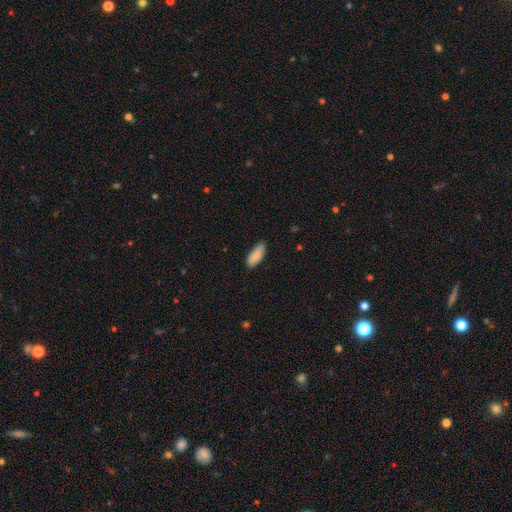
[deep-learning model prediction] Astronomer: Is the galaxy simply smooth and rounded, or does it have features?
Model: smooth — 88%.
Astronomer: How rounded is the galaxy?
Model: in between — 79%.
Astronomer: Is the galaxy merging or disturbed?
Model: none — 85%.